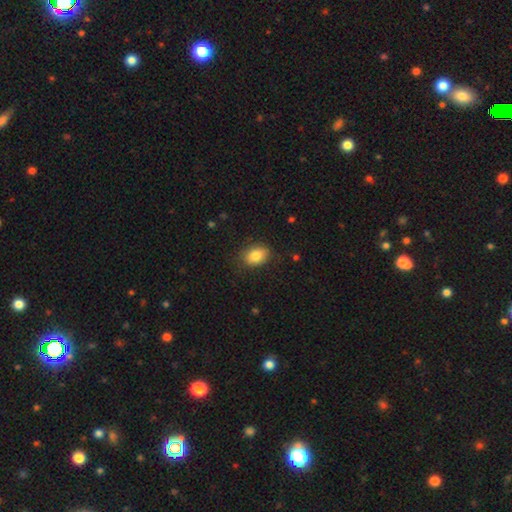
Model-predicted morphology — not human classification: A smooth galaxy with no disk features (85%) that is in between round and cigar-shaped (74%). Merging: none (80%).